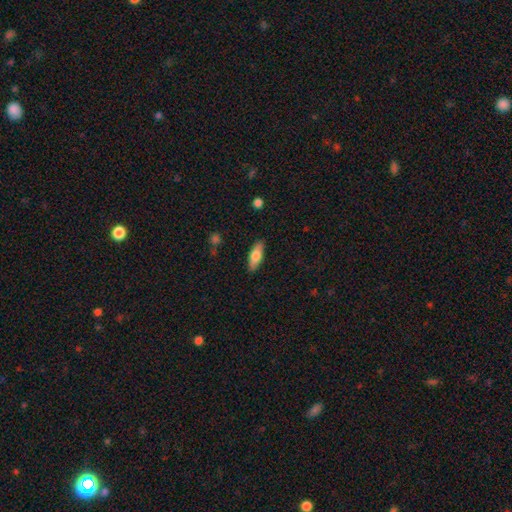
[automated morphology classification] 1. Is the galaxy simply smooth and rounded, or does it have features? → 72% smooth, 23% featured or disk, 6% star or artifact.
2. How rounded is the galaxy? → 65% in between, 32% cigar-shaped, 2% round.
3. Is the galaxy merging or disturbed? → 88% none, 9% minor disturbance, 2% major disturbance, 1% merger.